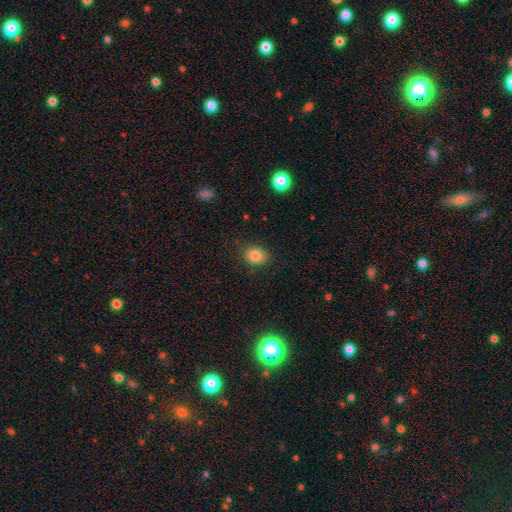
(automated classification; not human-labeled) Overall: smooth (83%). How rounded: in between (60%; round 39%). Merging: none (83%).